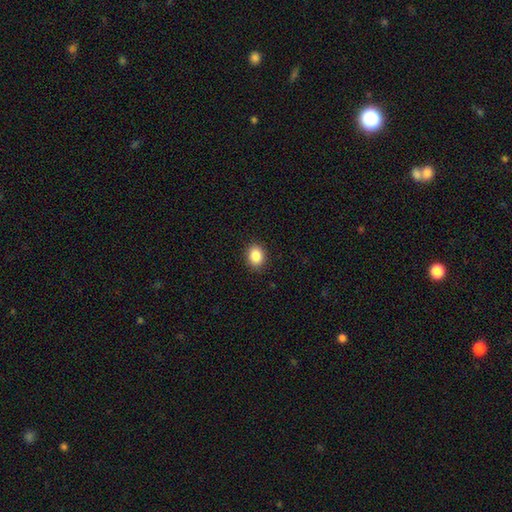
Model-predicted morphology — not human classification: Smooth or featured? smooth (88%)
How rounded? in between (61%)
Merging? none (89%)